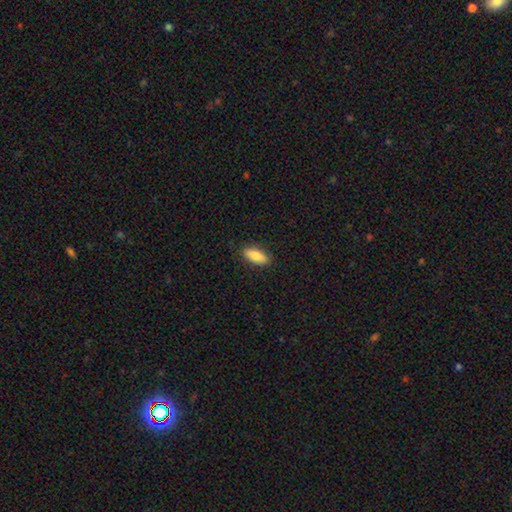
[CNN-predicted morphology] Q: Smooth or featured?
A: smooth (87%); runner-up: featured or disk (7%)
Q: How rounded?
A: in between (77%); runner-up: cigar-shaped (21%)
Q: Merging?
A: none (88%); runner-up: minor disturbance (9%)